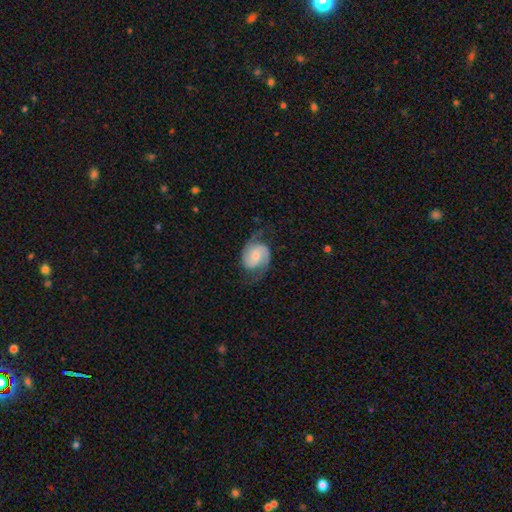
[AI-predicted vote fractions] Smooth or featured: featured or disk — 79% (smooth — 15%)
Edge-on disk: no — 98% (yes — 2%)
Bar: no — 53% (weak — 36%)
Spiral arms: yes — 96% (no — 4%)
Spiral winding: medium — 49% (loose — 28%)
Spiral arm count: 2 — 91% (can't tell — 4%)
Bulge size: small — 49% (moderate — 37%)
Merging: none — 69% (minor disturbance — 19%)